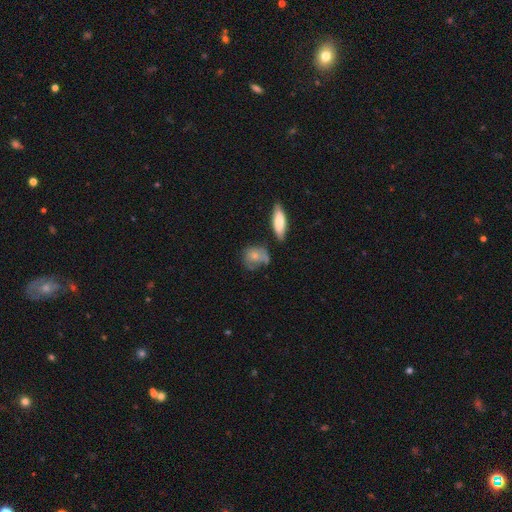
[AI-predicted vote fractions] smooth_or_featured: smooth (p=0.69) [alt: featured or disk p=0.23]
how_rounded: round (p=0.50) [alt: in between p=0.46]
merging: none (p=0.46) [alt: minor disturbance p=0.30]